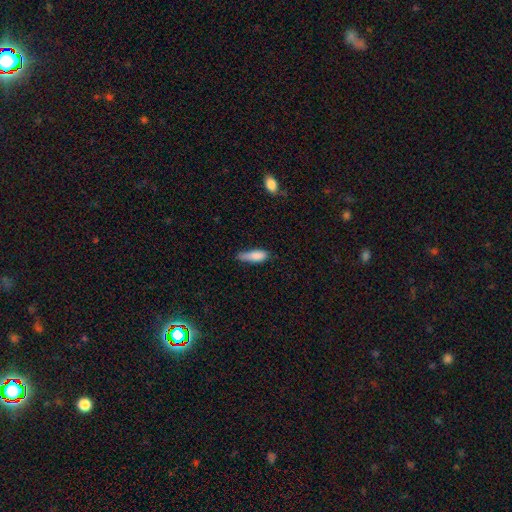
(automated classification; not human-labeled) A smooth galaxy with no disk features (84%) that is in between round and cigar-shaped (54%).

Vote fractions:
- Smooth or featured? smooth: 84% / featured or disk: 9% / star or artifact: 7%
- How rounded? in between: 54% / cigar-shaped: 44% / round: 2%
- Merging? none: 48% / minor disturbance: 39% / major disturbance: 10% / merger: 3%